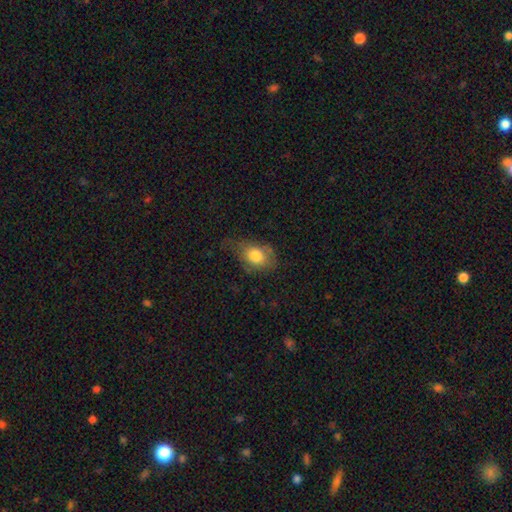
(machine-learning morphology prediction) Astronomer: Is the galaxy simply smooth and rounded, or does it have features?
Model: smooth — 75%.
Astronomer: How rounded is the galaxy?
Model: in between — 73%.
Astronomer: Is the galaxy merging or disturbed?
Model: none — 42% (runner-up: minor disturbance, 35%).